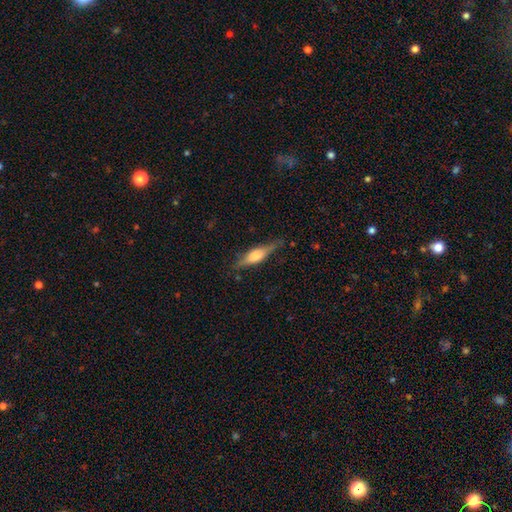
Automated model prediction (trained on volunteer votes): featured or disk 51%, smooth 43%, star or artifact 7%. Down the decision tree: edge-on disk — yes (93%); merging — none (78%).